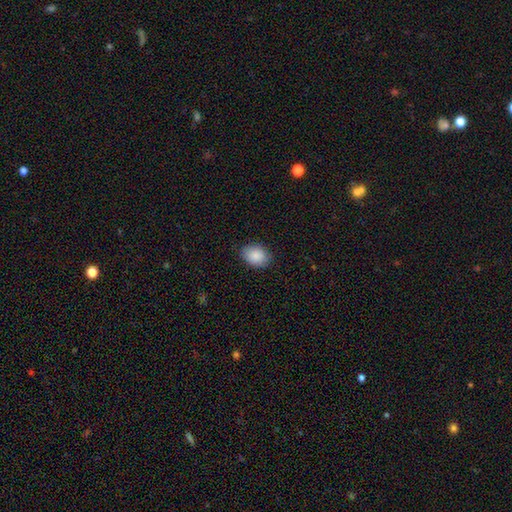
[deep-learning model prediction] Smooth or featured? Predicted: smooth (p=0.89). How rounded? Predicted: in between (p=0.71). Merging? Predicted: none (p=0.84).